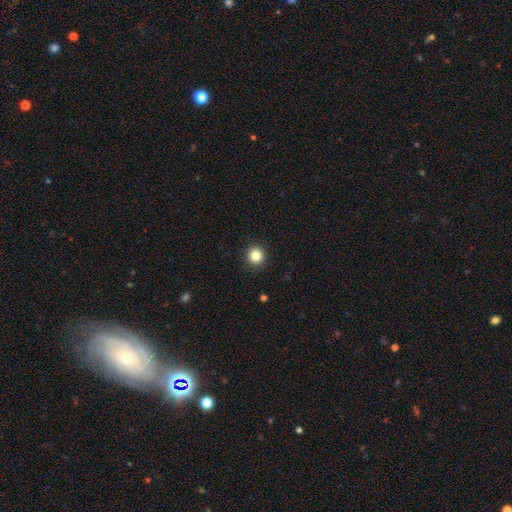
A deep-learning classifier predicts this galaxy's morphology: Smooth or featured?
  - smooth: 84% *
  - star or artifact: 11%
  - featured or disk: 4%
How rounded?
  - round: 95% *
  - in between: 4%
  - cigar-shaped: 1%
Merging?
  - none: 92% *
  - minor disturbance: 5%
  - major disturbance: 2%
  - merger: 1%